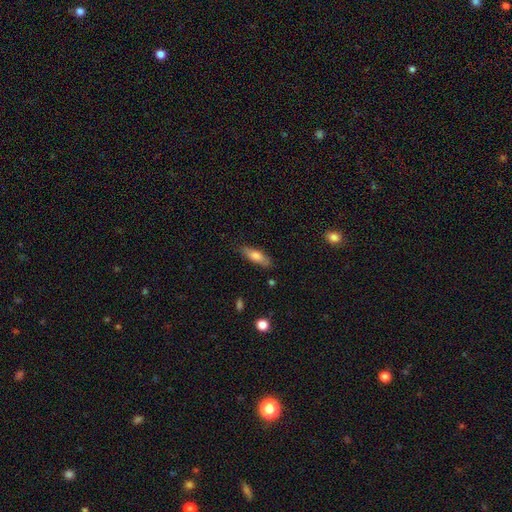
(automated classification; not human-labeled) smooth 73%, featured or disk 21%, star or artifact 6%. Down the decision tree: how rounded — in between (53%); merging — none (82%).